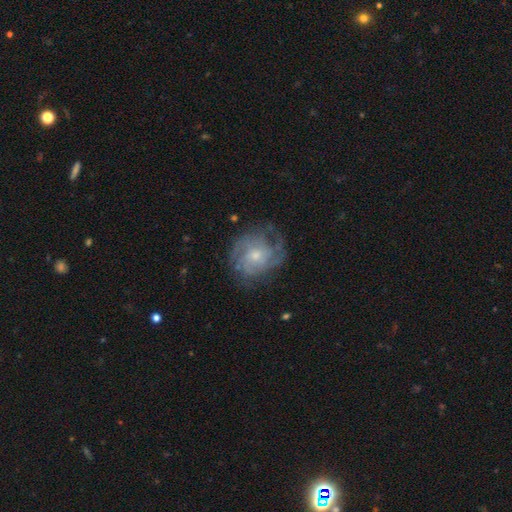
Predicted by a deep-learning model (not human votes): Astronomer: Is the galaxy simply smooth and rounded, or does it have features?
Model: featured or disk — 81%.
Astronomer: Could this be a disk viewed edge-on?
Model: no — 98%.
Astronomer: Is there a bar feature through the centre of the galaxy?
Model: no — 74%.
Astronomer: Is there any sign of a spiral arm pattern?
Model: yes — 93%.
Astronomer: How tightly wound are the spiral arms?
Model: tight — 54% (runner-up: medium, 36%).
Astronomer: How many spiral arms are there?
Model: can't tell — 33% (runner-up: 3, 22%).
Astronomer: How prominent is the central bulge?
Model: small — 53% (runner-up: moderate, 41%).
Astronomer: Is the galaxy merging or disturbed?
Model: none — 71%.